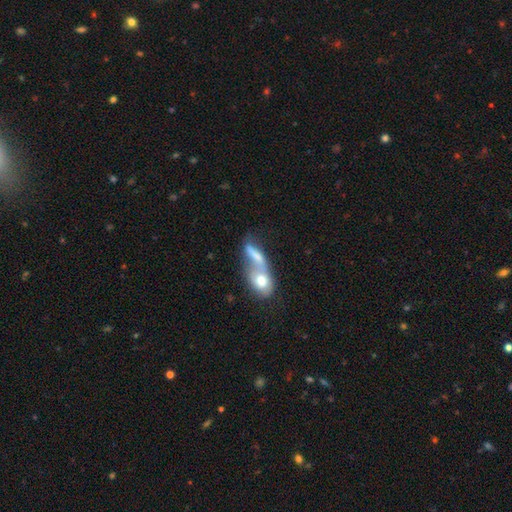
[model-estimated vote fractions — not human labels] smooth_or_featured: smooth (p=0.60) [alt: featured or disk p=0.31]
how_rounded: in between (p=0.62) [alt: cigar-shaped p=0.21]
merging: merger (p=0.69) [alt: none p=0.13]